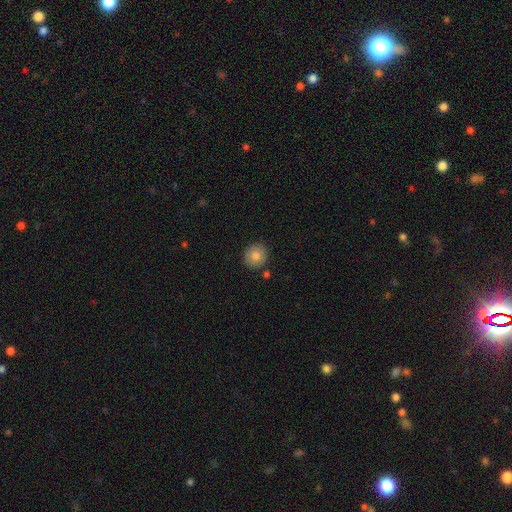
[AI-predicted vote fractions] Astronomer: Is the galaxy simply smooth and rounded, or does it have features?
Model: smooth — 83%.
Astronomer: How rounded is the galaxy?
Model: round — 91%.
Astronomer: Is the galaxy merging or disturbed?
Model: none — 86%.